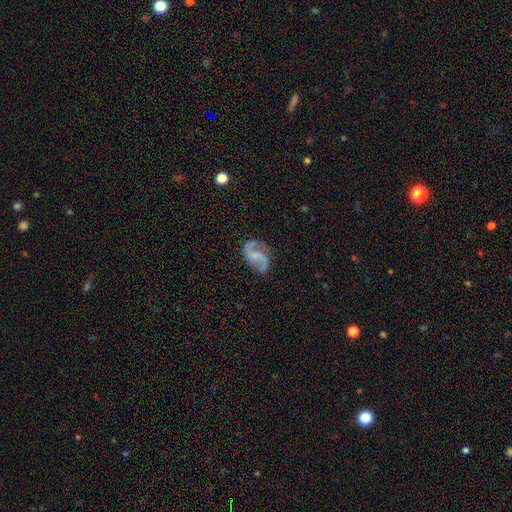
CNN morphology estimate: This is clearly a featured or disk galaxy (86%). It is clearly not viewed edge-on (98%). Bar: possibly no (45%). Spiral arm pattern: clearly yes (96%). Spiral arm count: clearly 2 (92%). Spiral winding: possibly loose (48%). Central bulge: marginally small (45%). Merging: likely none (75%).